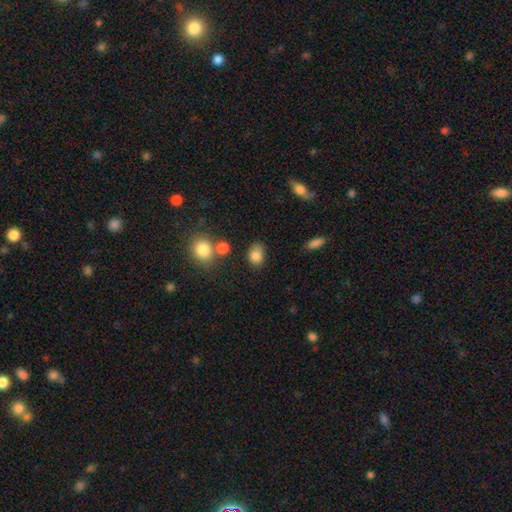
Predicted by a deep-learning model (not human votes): smooth-or-featured: smooth: 84% | star or artifact: 10% | featured or disk: 6%
  how-rounded: in between: 66% | round: 33% | cigar-shaped: 1%
  merging: none: 69% | minor disturbance: 18% | merger: 8% | major disturbance: 5%